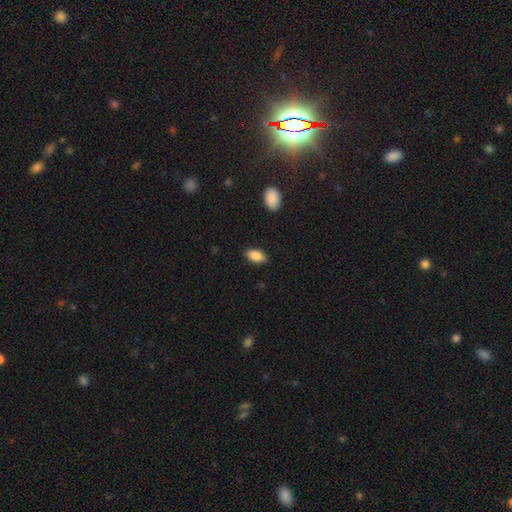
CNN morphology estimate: The model was most divided on "merging": none: 86%, minor disturbance: 10%, major disturbance: 2%, merger: 1%. More confident: how rounded — in between (92%); smooth or featured — smooth (85%).